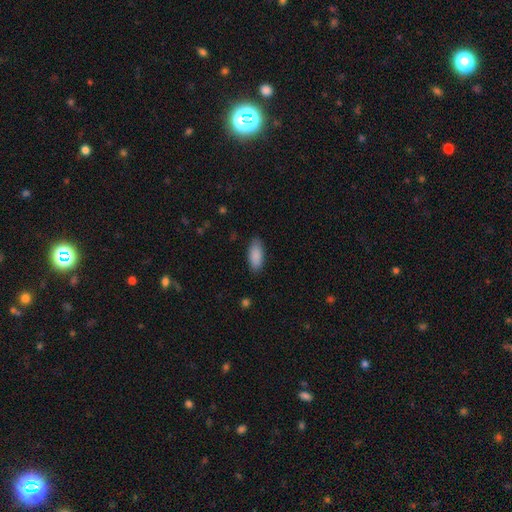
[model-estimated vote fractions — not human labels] A smooth galaxy with no disk features (90%) that is in between round and cigar-shaped (87%).

Vote fractions:
- Smooth or featured? smooth: 90% / star or artifact: 6% / featured or disk: 4%
- How rounded? in between: 87% / cigar-shaped: 11% / round: 2%
- Merging? none: 86% / minor disturbance: 11% / major disturbance: 2% / merger: 1%